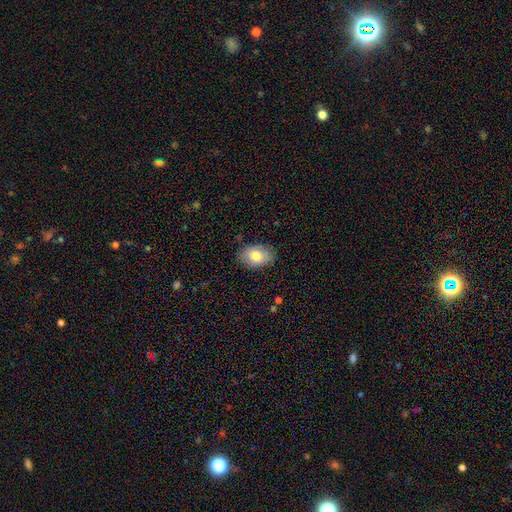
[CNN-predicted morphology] Smooth or featured? smooth (80%)
How rounded? in between (88%)
Merging? none (84%)